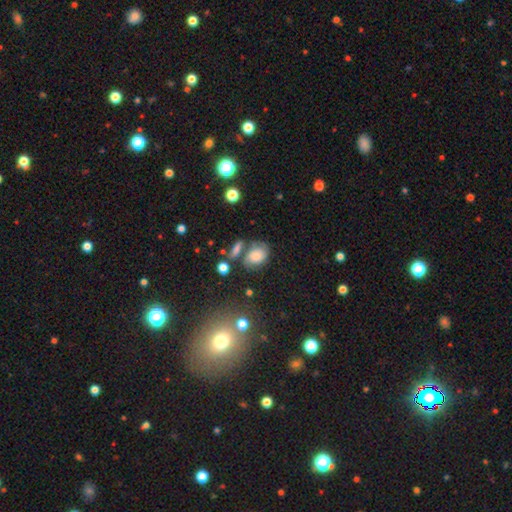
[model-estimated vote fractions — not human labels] Smooth or featured? Predicted: smooth (p=0.65). How rounded? Predicted: in between (p=0.72). Merging? Predicted: none (p=0.48).